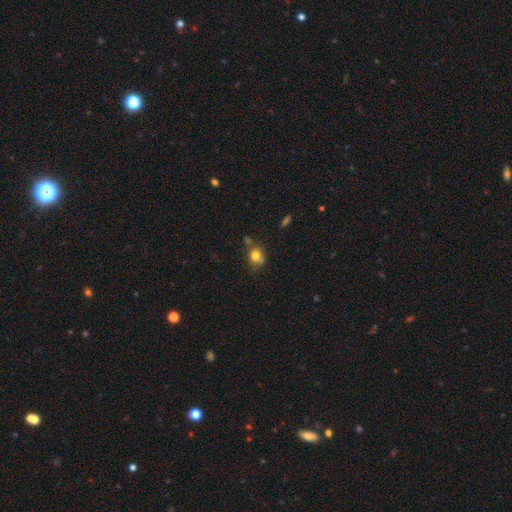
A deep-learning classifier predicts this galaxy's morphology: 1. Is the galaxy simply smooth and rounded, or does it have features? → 78% smooth, 11% star or artifact, 10% featured or disk.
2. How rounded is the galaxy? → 66% round, 33% in between, 1% cigar-shaped.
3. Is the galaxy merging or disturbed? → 61% none, 21% minor disturbance, 12% merger, 6% major disturbance.